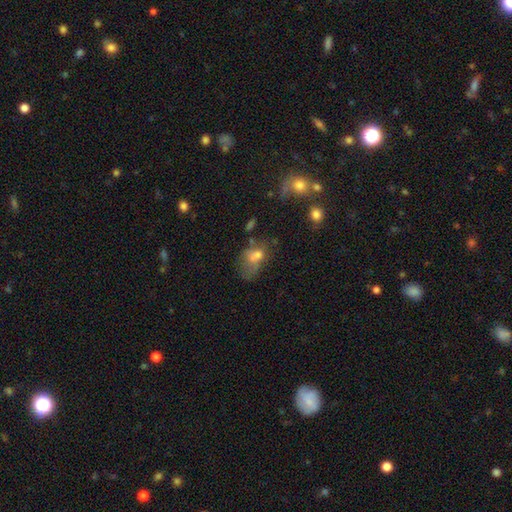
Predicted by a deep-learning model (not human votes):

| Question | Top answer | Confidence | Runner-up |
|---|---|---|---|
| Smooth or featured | smooth | 55% | featured or disk (28%) |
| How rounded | in between | 74% | round (23%) |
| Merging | major disturbance | 29% | merger (26%) |